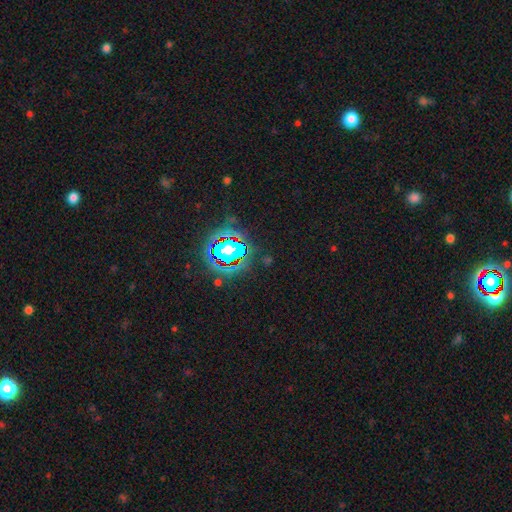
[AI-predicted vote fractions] Overall: star or artifact (82%).